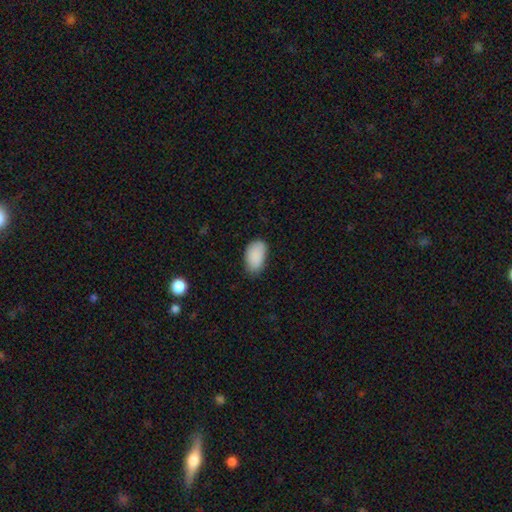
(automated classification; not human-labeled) This is clearly a smooth galaxy (88%). How rounded: clearly in between (93%). Merging: likely none (68%).